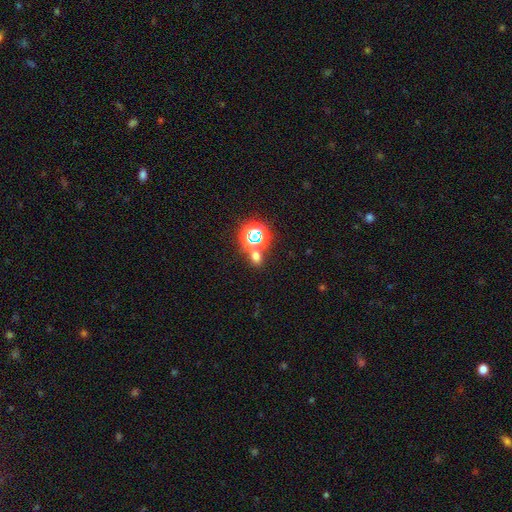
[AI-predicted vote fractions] Smooth or featured?
  - smooth: 53% *
  - star or artifact: 40%
  - featured or disk: 7%
How rounded?
  - round: 56% *
  - in between: 42%
  - cigar-shaped: 2%
Merging?
  - none: 69% *
  - merger: 18%
  - minor disturbance: 9%
  - major disturbance: 4%